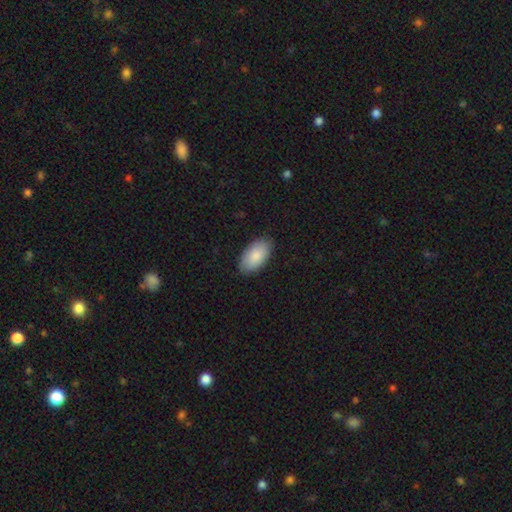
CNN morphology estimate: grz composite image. It shows a smooth galaxy with no disk features (87%) that is in between round and cigar-shaped (96%). Merging: none (87%).